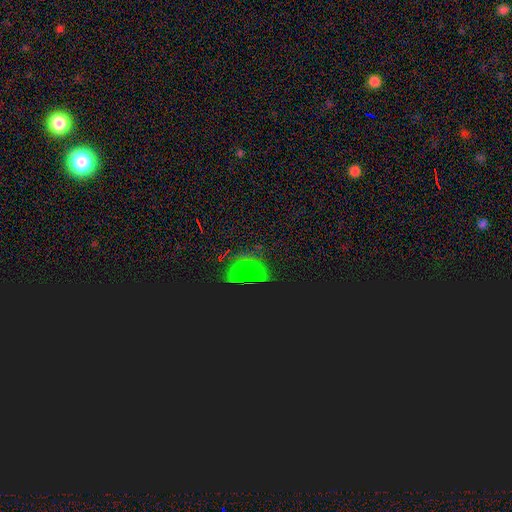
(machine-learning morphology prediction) Smooth or featured: star or artifact — 61% (smooth — 23%)